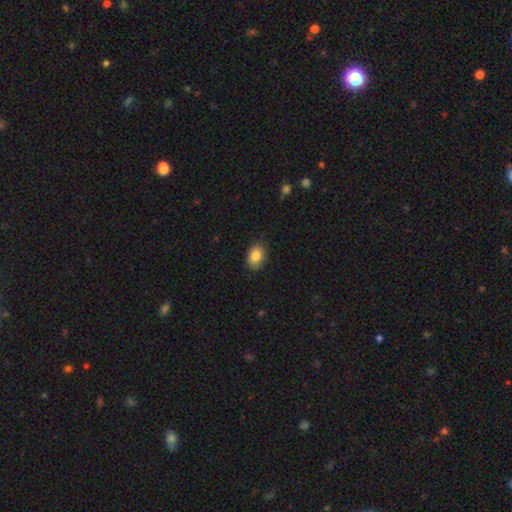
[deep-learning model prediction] Smooth or featured: smooth — 84% (featured or disk — 8%)
How rounded: in between — 83% (round — 16%)
Merging: none — 83% (minor disturbance — 14%)